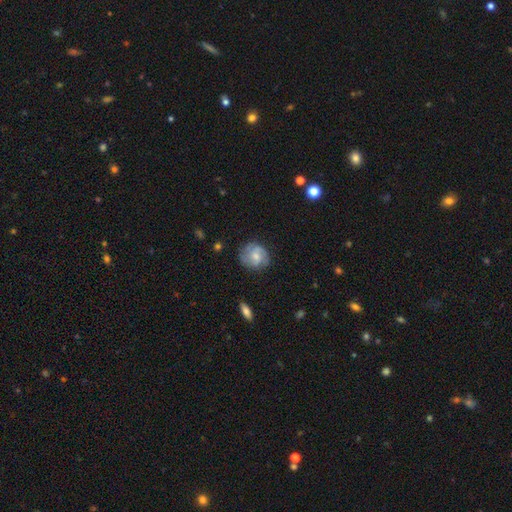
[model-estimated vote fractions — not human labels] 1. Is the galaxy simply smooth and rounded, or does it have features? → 49% featured or disk, 44% smooth, 7% star or artifact.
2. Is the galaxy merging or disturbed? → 70% none, 21% minor disturbance, 8% major disturbance, 2% merger.